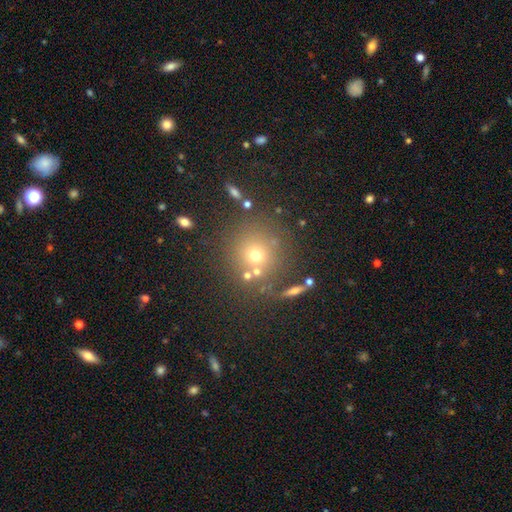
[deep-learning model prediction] Overall: smooth (64%). How rounded: round (91%). Merging: none (75%).